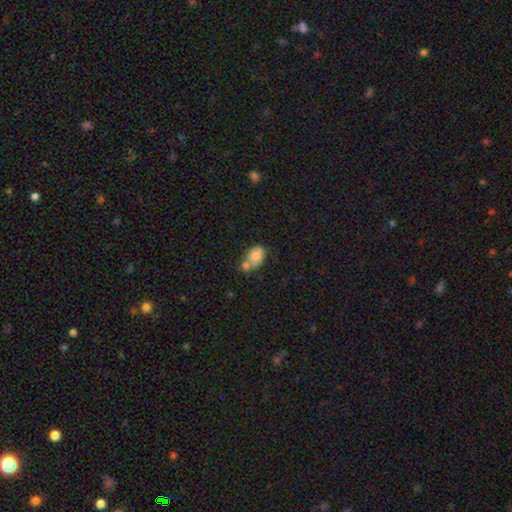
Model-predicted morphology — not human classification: Smooth or featured? smooth (78%)
How rounded? in between (74%)
Merging? merger (44%)